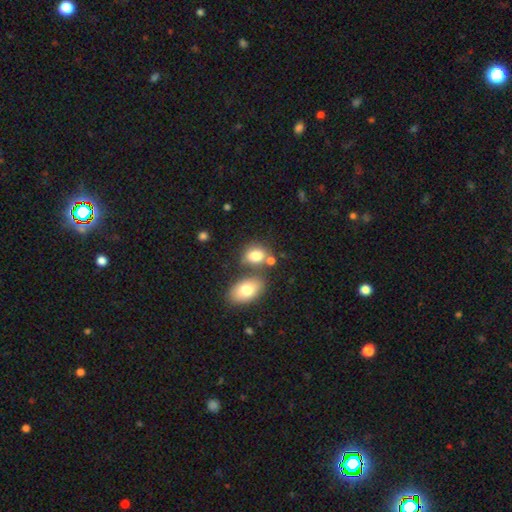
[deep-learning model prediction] Smooth or featured? smooth (80%)
How rounded? in between (70%)
Merging? none (52%)